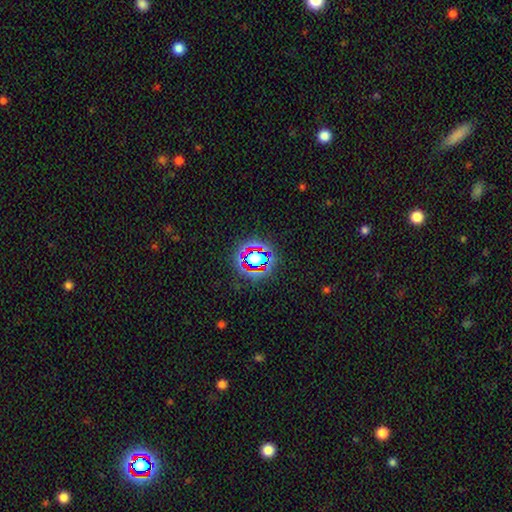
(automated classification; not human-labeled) Q: Smooth or featured?
A: star or artifact (57%); runner-up: smooth (30%)